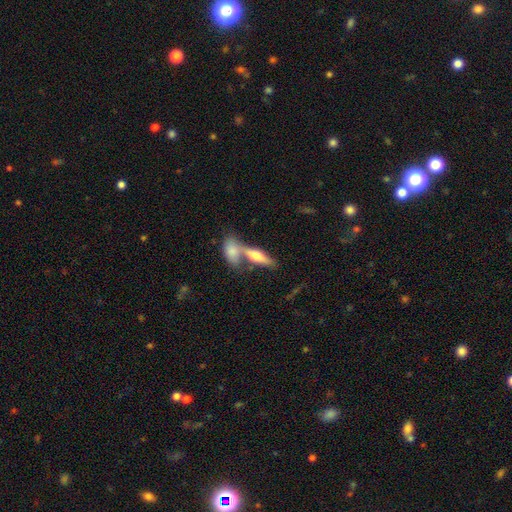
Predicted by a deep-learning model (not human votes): A smooth galaxy with no disk features (57%) that is in between round and cigar-shaped (48%, tied with cigar-shaped).

Vote fractions:
- Smooth or featured? smooth: 57% / featured or disk: 36% / star or artifact: 7%
- How rounded? in between: 48% (tied) / cigar-shaped: 48% (tied) / round: 4%
- Merging? merger: 49% / none: 38% / minor disturbance: 9% / major disturbance: 4%